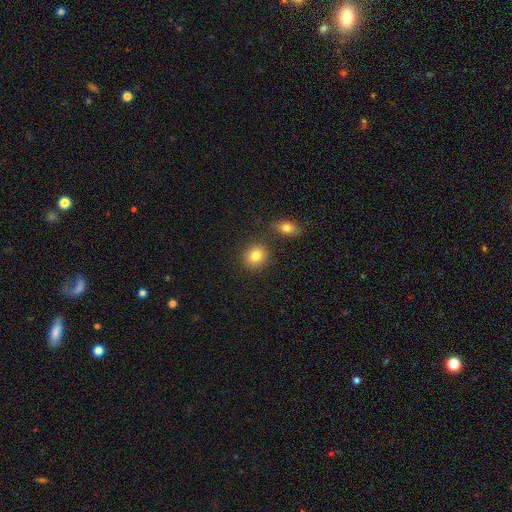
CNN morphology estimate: Smooth or featured? smooth (84%)
How rounded? round (71%)
Merging? none (78%)